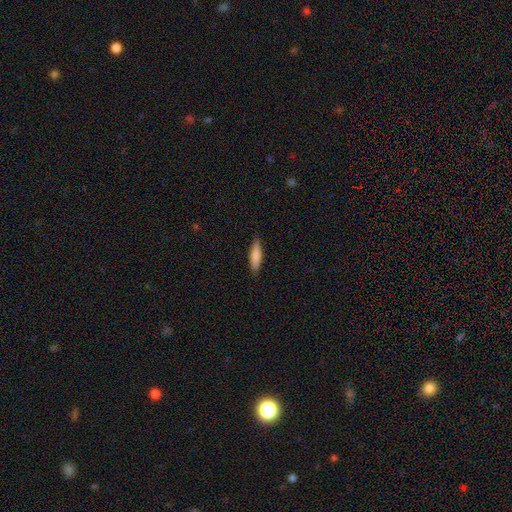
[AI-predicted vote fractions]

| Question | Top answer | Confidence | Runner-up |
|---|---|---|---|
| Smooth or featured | smooth | 77% | featured or disk (17%) |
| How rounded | cigar-shaped | 77% | in between (22%) |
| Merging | none | 88% | minor disturbance (9%) |